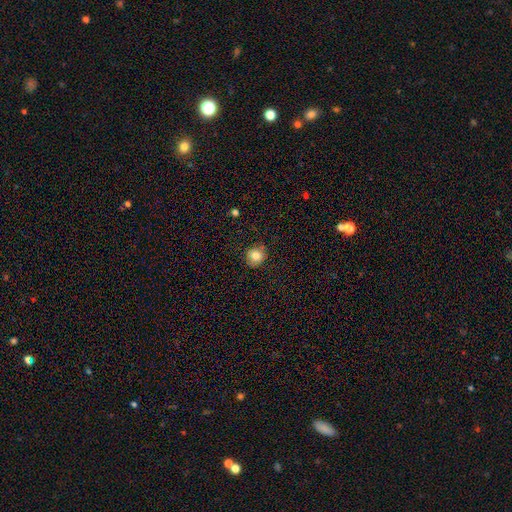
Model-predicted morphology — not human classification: This appears to be a smooth galaxy with no disk features (82%) that is round (83%). Merging: none (82%).